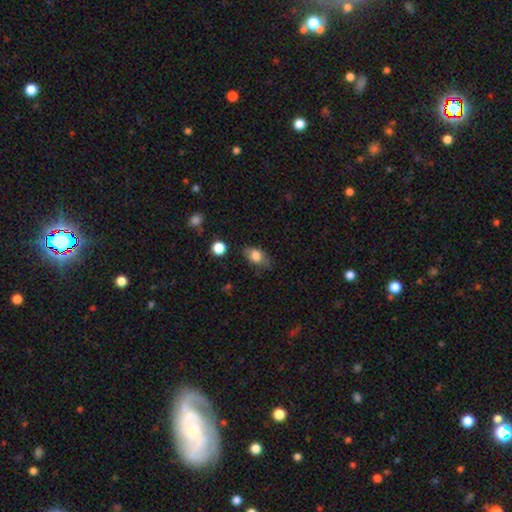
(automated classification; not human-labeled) A smooth galaxy with no disk features (76%) that is in between round and cigar-shaped (85%).

Vote fractions:
- Smooth or featured? smooth: 76% / featured or disk: 16% / star or artifact: 8%
- How rounded? in between: 85% / round: 11% / cigar-shaped: 4%
- Merging? none: 74% / minor disturbance: 19% / major disturbance: 5% / merger: 2%